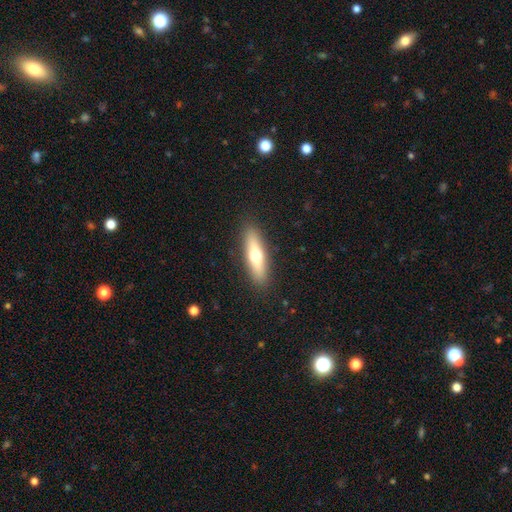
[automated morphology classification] This appears to be a smooth galaxy with no disk features (56%) that is cigar-shaped (66%). Merging: none (89%).